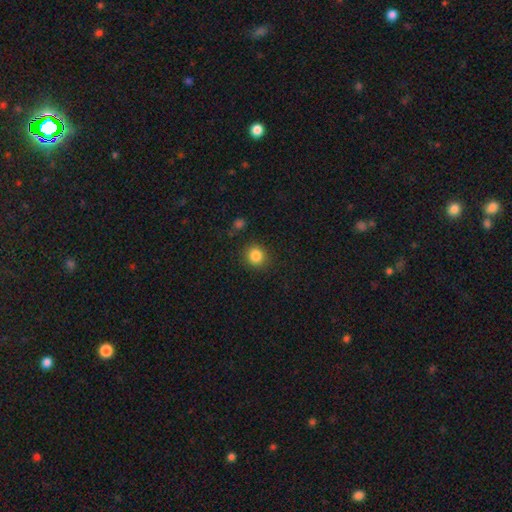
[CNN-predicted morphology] A smooth galaxy with no disk features (85%) that is round (90%).

Vote fractions:
- Smooth or featured? smooth: 85% / star or artifact: 11% / featured or disk: 4%
- How rounded? round: 90% / in between: 9% / cigar-shaped: 1%
- Merging? none: 89% / minor disturbance: 7% / major disturbance: 3% / merger: 2%